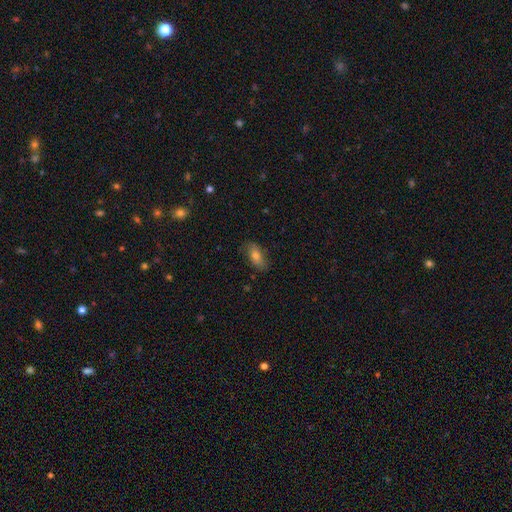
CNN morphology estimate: A smooth galaxy with no disk features (72%) that is in between round and cigar-shaped (85%). Merging: none (78%).